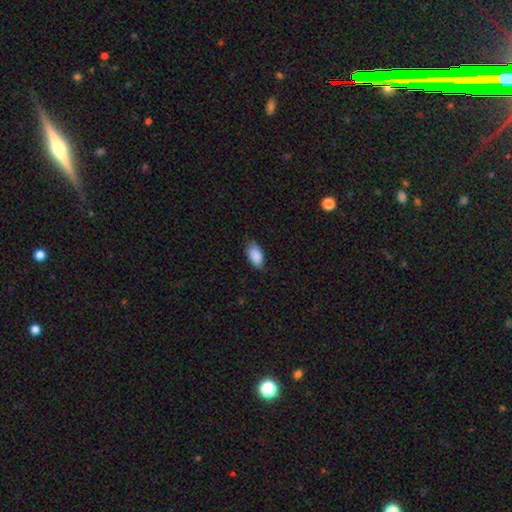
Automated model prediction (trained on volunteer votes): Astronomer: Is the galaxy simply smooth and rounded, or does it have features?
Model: smooth — 87%.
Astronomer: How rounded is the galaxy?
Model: in between — 94%.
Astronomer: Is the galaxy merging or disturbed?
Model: none — 71%.